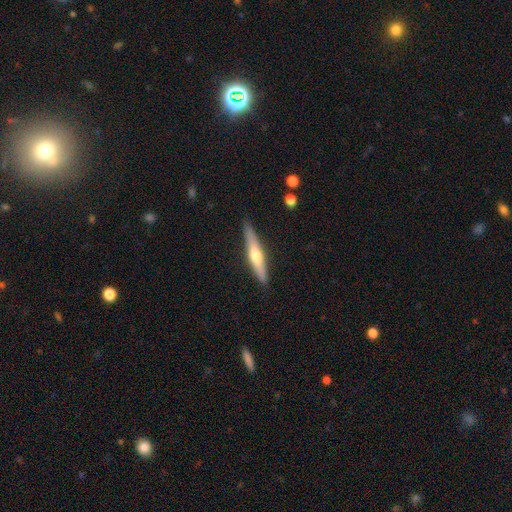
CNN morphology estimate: smooth_or_featured: featured or disk (p=0.51) [alt: smooth p=0.44]
disk_edge_on: yes (p=0.94) [alt: no p=0.06]
merging: none (p=0.87) [alt: minor disturbance p=0.10]